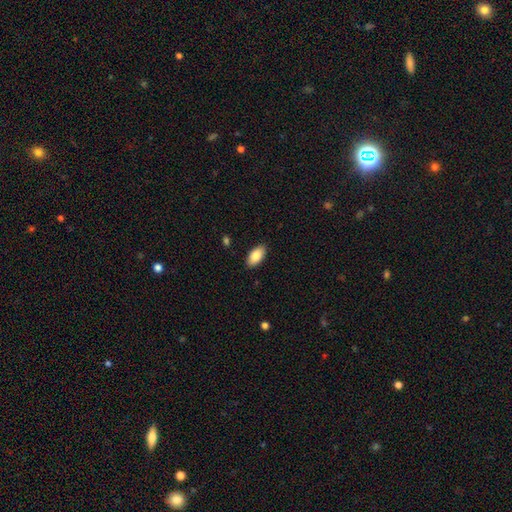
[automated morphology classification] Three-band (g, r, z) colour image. It shows a smooth galaxy with no disk features (86%) that is in between round and cigar-shaped (94%). Merging: none (88%).